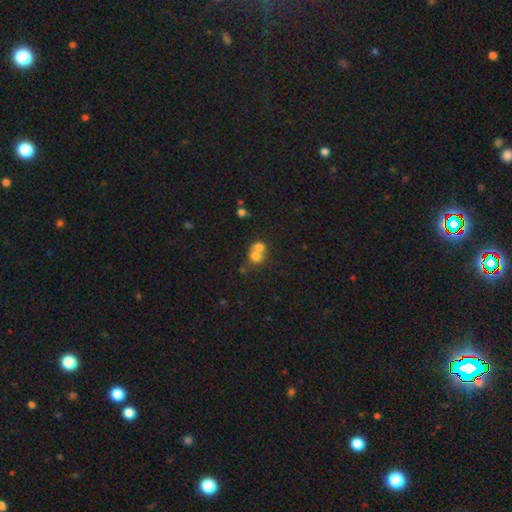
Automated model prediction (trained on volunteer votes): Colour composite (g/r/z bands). It shows a smooth galaxy with no disk features (71%) that is round (74%). Merging: merger (66%).